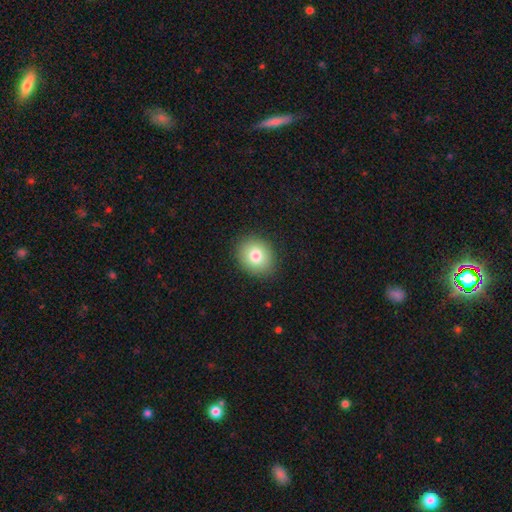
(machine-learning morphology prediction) Q: Smooth or featured?
A: smooth (80%); runner-up: featured or disk (10%)
Q: How rounded?
A: round (64%); runner-up: in between (35%)
Q: Merging?
A: none (88%); runner-up: minor disturbance (8%)